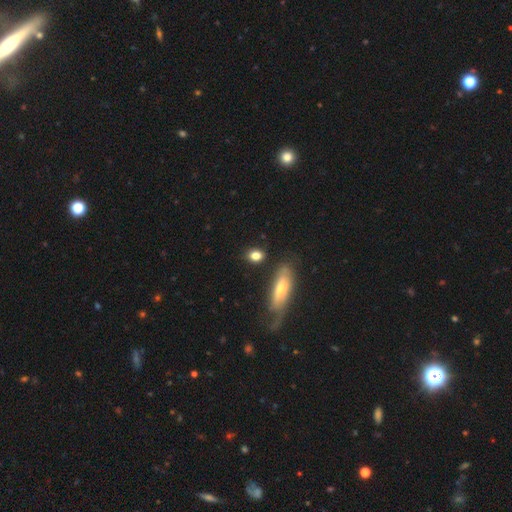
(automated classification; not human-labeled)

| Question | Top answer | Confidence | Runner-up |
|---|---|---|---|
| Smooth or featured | smooth | 81% | featured or disk (10%) |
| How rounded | in between | 59% | round (33%) |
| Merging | none | 76% | minor disturbance (14%) |